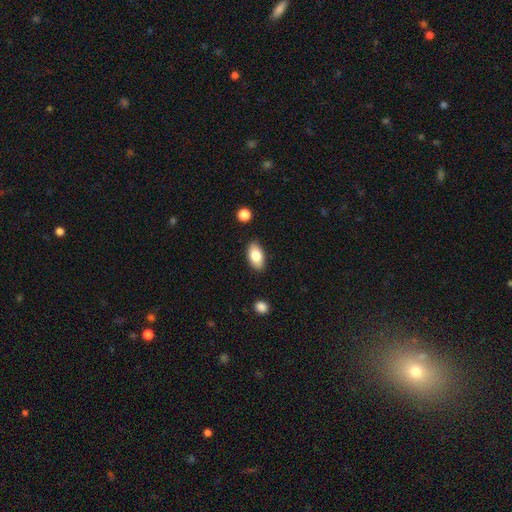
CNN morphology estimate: A smooth galaxy with no disk features (81%) that is in between round and cigar-shaped (92%).

Vote fractions:
- Smooth or featured? smooth: 81% / featured or disk: 12% / star or artifact: 7%
- How rounded? in between: 92% / round: 4% / cigar-shaped: 3%
- Merging? none: 87% / minor disturbance: 9% / major disturbance: 2% / merger: 2%